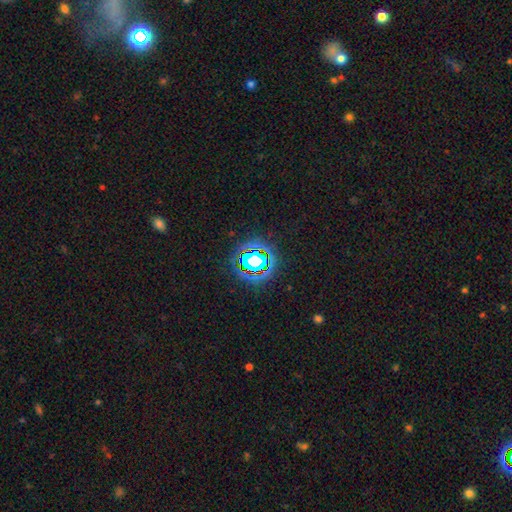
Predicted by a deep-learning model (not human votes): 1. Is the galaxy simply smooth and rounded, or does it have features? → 78% star or artifact, 14% smooth, 8% featured or disk.